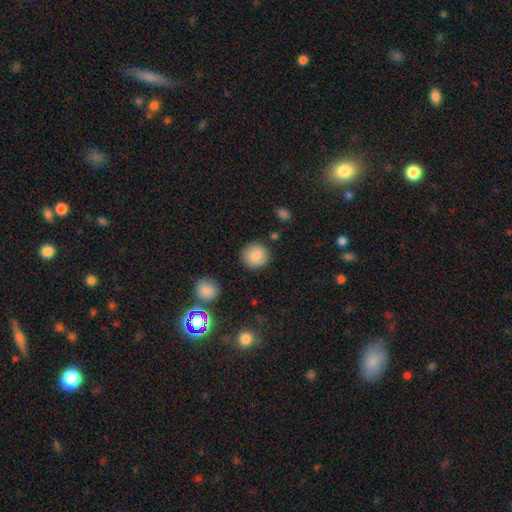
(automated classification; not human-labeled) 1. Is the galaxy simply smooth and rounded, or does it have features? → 86% smooth, 8% star or artifact, 5% featured or disk.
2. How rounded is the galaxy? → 92% round, 7% in between, 1% cigar-shaped.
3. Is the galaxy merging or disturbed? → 88% none, 7% minor disturbance, 3% major disturbance, 2% merger.